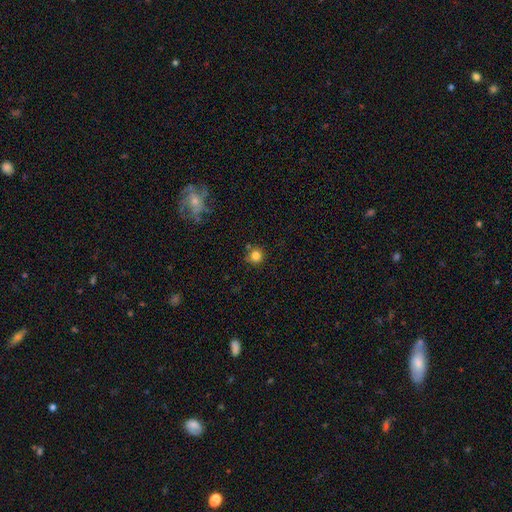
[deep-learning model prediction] Smooth or featured? Predicted: smooth (p=0.82). How rounded? Predicted: round (p=0.94). Merging? Predicted: none (p=0.81).